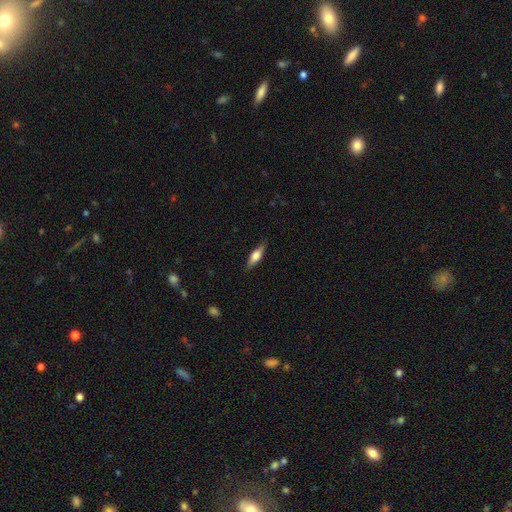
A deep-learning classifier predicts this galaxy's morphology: Smooth or featured? smooth (58%)
How rounded? cigar-shaped (56%)
Merging? none (86%)